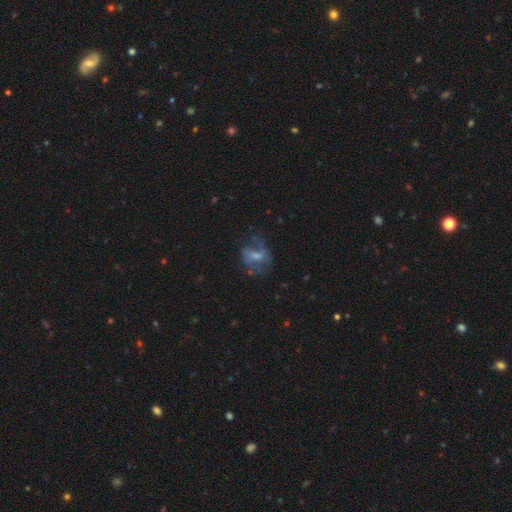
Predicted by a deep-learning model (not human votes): smooth_or_featured: featured or disk (p=0.51) [alt: smooth p=0.39]
disk_edge_on: no (p=0.96) [alt: yes p=0.04]
merging: none (p=0.42) [alt: major disturbance p=0.31]